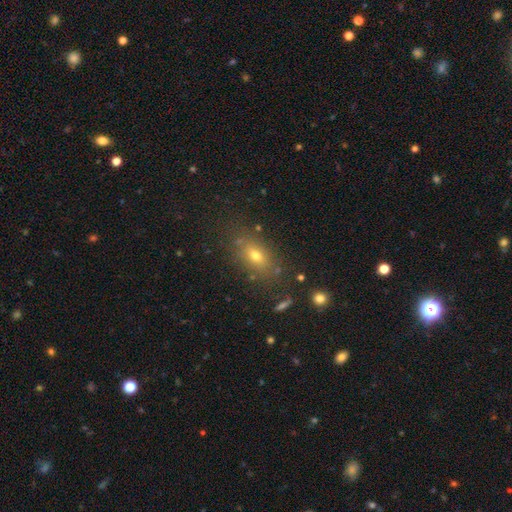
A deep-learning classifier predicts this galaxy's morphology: type=smooth (68%); roundness=in between (76%); merging=none (77%).